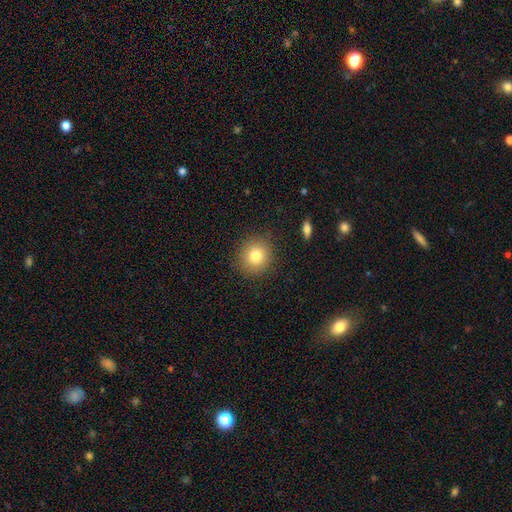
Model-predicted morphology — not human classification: This appears to be a smooth galaxy with no disk features (80%) that is round (86%). Merging: none (88%).